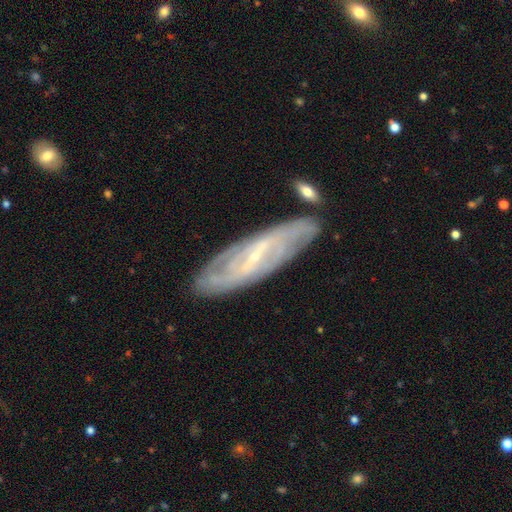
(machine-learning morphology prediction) Smooth or featured?
  - featured or disk: 79% *
  - smooth: 15%
  - star or artifact: 6%
Edge-on disk?
  - no: 76% *
  - yes: 24%
Bar?
  - strong: 42% *
  - weak: 40%
  - no: 18%
Spiral arms?
  - yes: 83% *
  - no: 17%
Bulge size?
  - small: 81% *
  - moderate: 13%
  - none: 4%
  - large: 1%
  - dominant: 1%
Merging?
  - none: 80% *
  - minor disturbance: 13%
  - merger: 4%
  - major disturbance: 3%